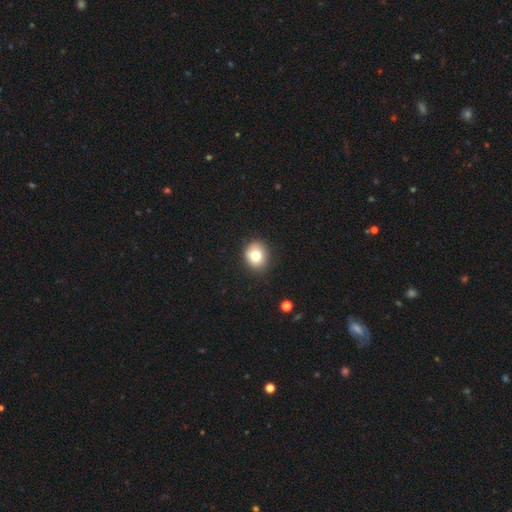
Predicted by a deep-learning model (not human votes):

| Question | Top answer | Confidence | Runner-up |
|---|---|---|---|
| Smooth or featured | smooth | 78% | featured or disk (12%) |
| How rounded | round | 70% | in between (29%) |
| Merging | none | 85% | minor disturbance (11%) |